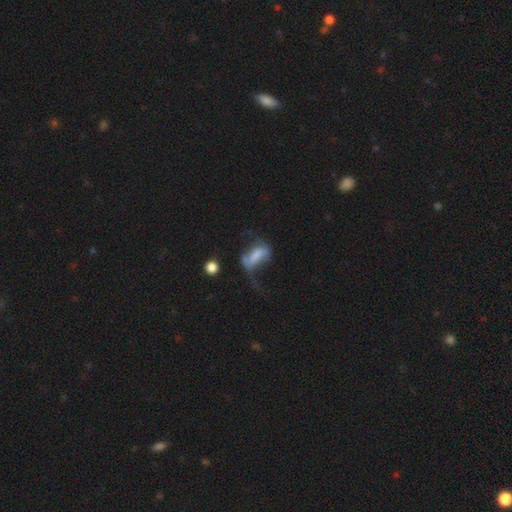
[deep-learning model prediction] Morphology: type=featured or disk (50%); merging=major disturbance (49%).